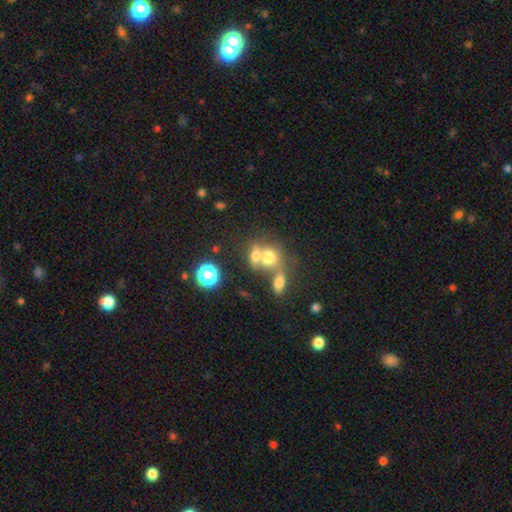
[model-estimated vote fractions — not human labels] smooth-or-featured: smooth: 68% | featured or disk: 17% | star or artifact: 15%
  how-rounded: round: 51% | in between: 46% | cigar-shaped: 3%
  merging: merger: 59% | none: 27% | minor disturbance: 8% | major disturbance: 6%